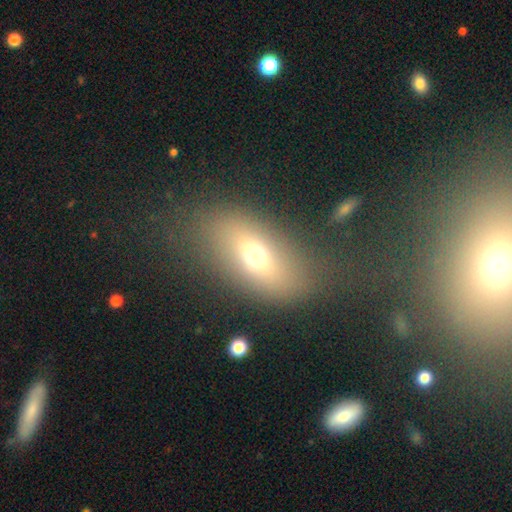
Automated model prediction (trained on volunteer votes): This is likely a smooth galaxy (63%). How rounded: clearly in between (81%). Merging: likely none (69%).